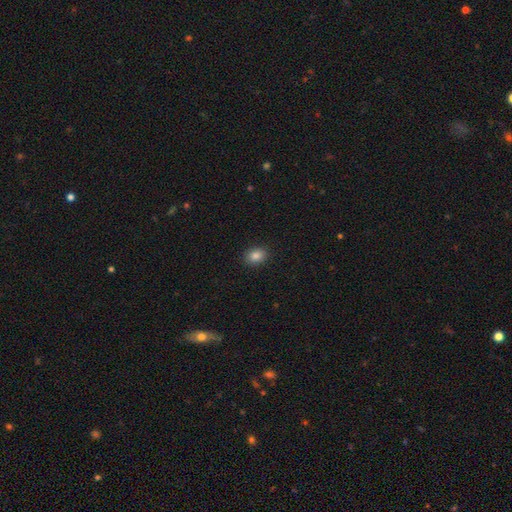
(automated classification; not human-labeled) Morphology: type=smooth (85%); roundness=in between (68%); merging=none (90%).